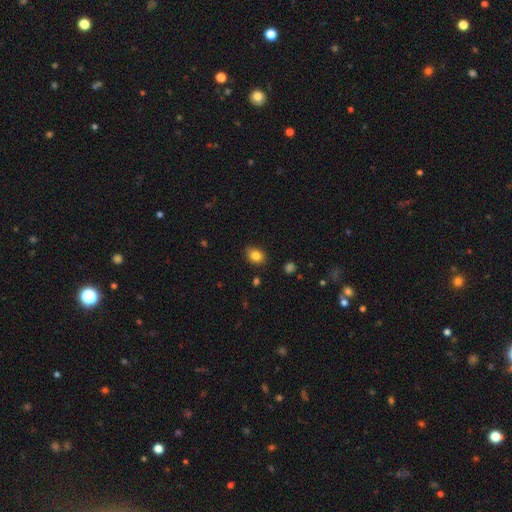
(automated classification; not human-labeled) Overall: smooth (84%). How rounded: in between (61%; round 38%). Merging: none (86%).